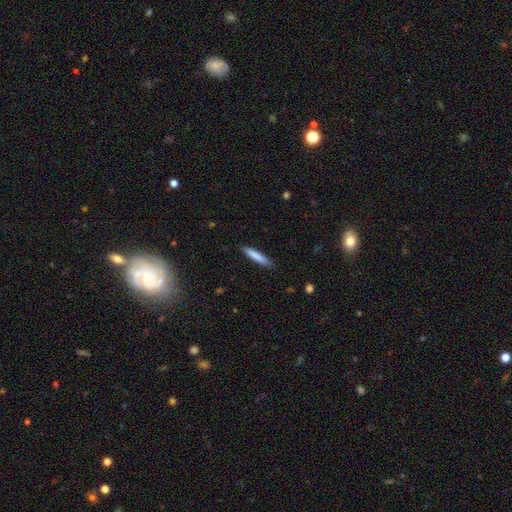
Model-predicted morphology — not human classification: smooth_or_featured: smooth (p=0.80) [alt: featured or disk p=0.14]
how_rounded: cigar-shaped (p=0.91) [alt: in between p=0.08]
merging: none (p=0.86) [alt: minor disturbance p=0.11]